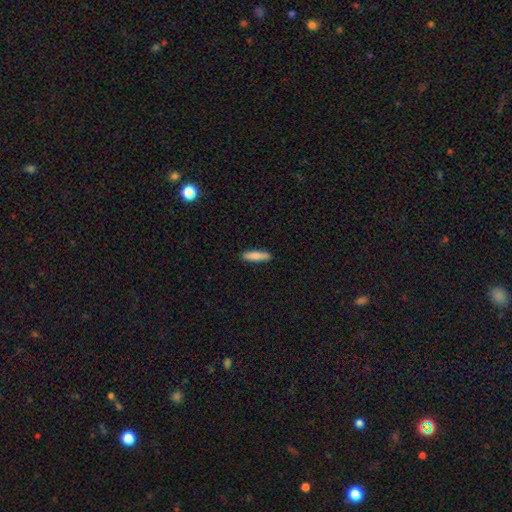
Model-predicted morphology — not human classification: A smooth galaxy with no disk features (84%) that is cigar-shaped (73%).

Vote fractions:
- Smooth or featured? smooth: 84% / featured or disk: 10% / star or artifact: 6%
- How rounded? cigar-shaped: 73% / in between: 25% / round: 2%
- Merging? none: 89% / minor disturbance: 8% / major disturbance: 2% / merger: 1%